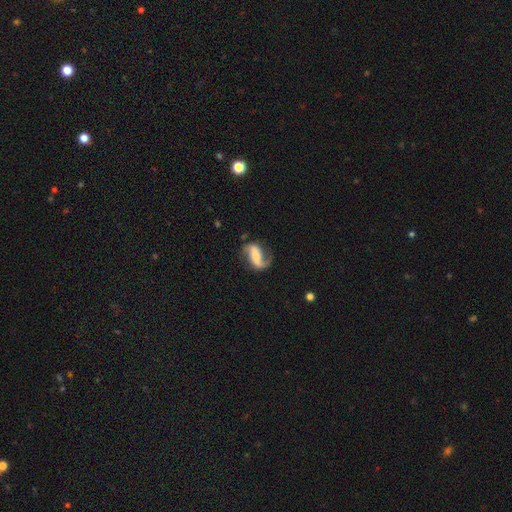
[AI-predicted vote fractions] Overall: featured or disk (78%). Edge-on disk: no (96%). Bar: strong (41%; weak 32%). Spiral arms: yes (94%). Spiral arm count: 2 (79%). Spiral winding: loose (61%; medium 29%). Bulge size: small (38%; moderate 29%). Merging: none (65%).